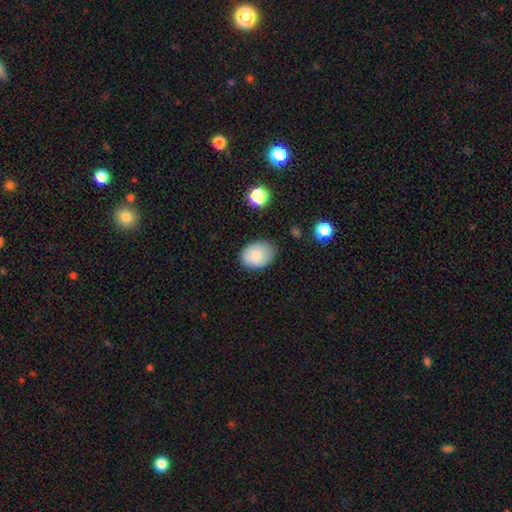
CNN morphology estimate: Smooth or featured? smooth (81%)
How rounded? in between (75%)
Merging? none (76%)